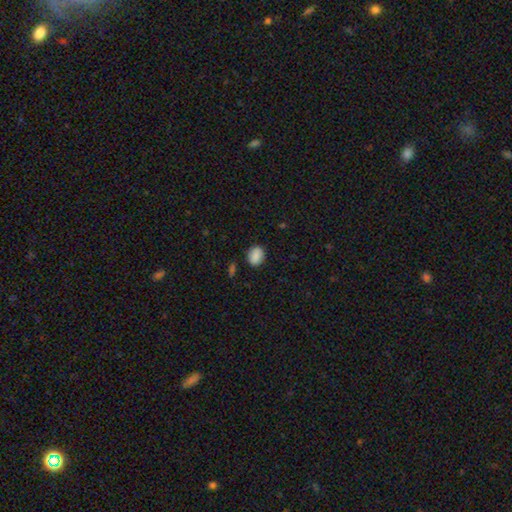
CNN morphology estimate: smooth-or-featured: smooth: 87% | star or artifact: 8% | featured or disk: 5%
  how-rounded: round: 50% | in between: 49% | cigar-shaped: 1%
  merging: none: 85% | minor disturbance: 11% | major disturbance: 3% | merger: 2%